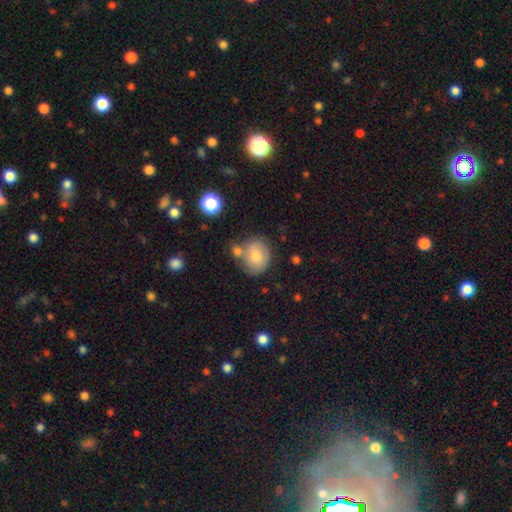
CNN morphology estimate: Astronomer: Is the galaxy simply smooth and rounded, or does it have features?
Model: smooth — 75%.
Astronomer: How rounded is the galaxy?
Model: round — 69%.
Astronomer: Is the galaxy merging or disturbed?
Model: none — 51%.